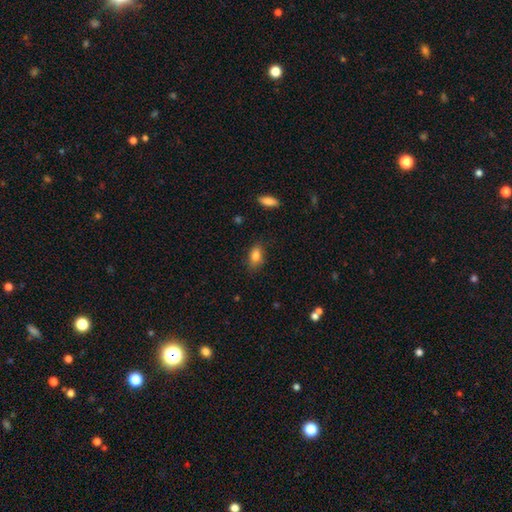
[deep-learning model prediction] Smooth or featured: smooth — 83% (star or artifact — 9%)
How rounded: in between — 84% (round — 11%)
Merging: none — 81% (minor disturbance — 15%)